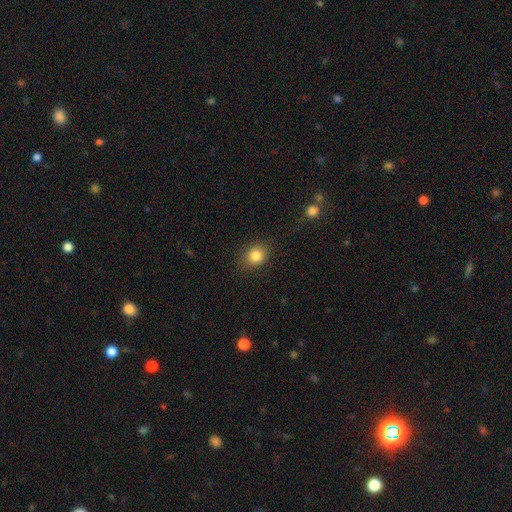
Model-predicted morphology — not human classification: Smooth or featured: smooth — 83% (star or artifact — 10%)
How rounded: round — 62% (in between — 37%)
Merging: none — 84% (minor disturbance — 11%)